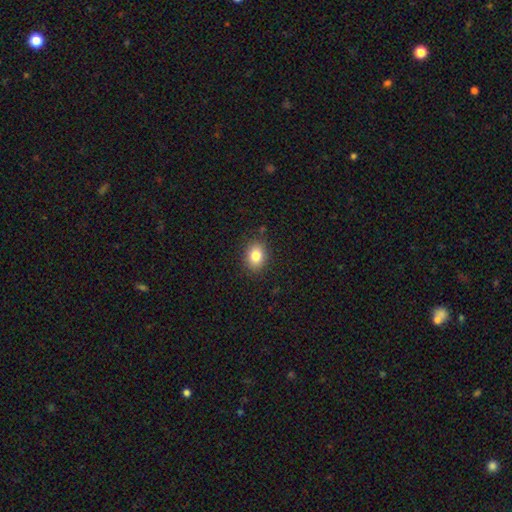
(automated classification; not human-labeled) A smooth galaxy with no disk features (82%) that is in between round and cigar-shaped (62%). Merging: none (86%).